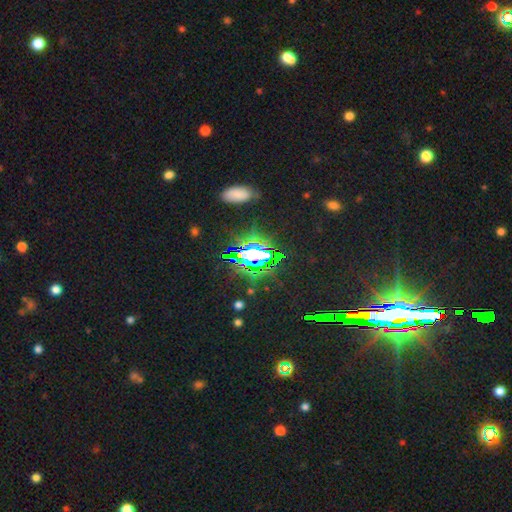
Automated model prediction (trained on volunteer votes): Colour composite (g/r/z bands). It shows a star or artifact, not a galaxy (76%).